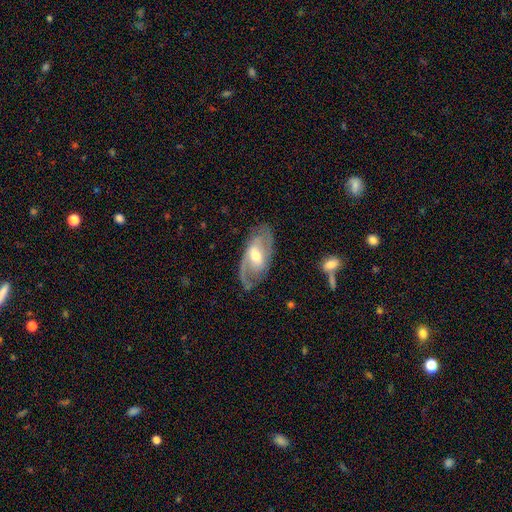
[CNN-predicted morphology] Smooth or featured?
  - featured or disk: 82% *
  - smooth: 13%
  - star or artifact: 5%
Edge-on disk?
  - no: 94% *
  - yes: 6%
Bar?
  - weak: 51% *
  - no: 26%
  - strong: 24%
Spiral arms?
  - yes: 91% *
  - no: 9%
Spiral winding?
  - medium: 48% *
  - tight: 29%
  - loose: 23%
Spiral arm count?
  - 2: 76% *
  - can't tell: 10%
  - 1: 8%
  - 3: 3%
  - 4: 1%
  - more than 4: 1%
Bulge size?
  - moderate: 65% *
  - small: 26%
  - large: 7%
  - none: 1%
  - dominant: 1%
Merging?
  - none: 75% *
  - minor disturbance: 16%
  - major disturbance: 7%
  - merger: 2%